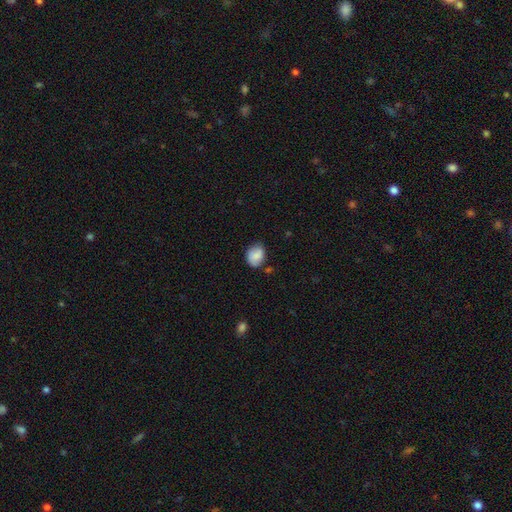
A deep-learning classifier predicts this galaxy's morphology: Smooth or featured?
  - smooth: 82% *
  - featured or disk: 10%
  - star or artifact: 8%
How rounded?
  - in between: 53% *
  - round: 46%
  - cigar-shaped: 1%
Merging?
  - none: 65% *
  - minor disturbance: 26%
  - major disturbance: 5%
  - merger: 4%